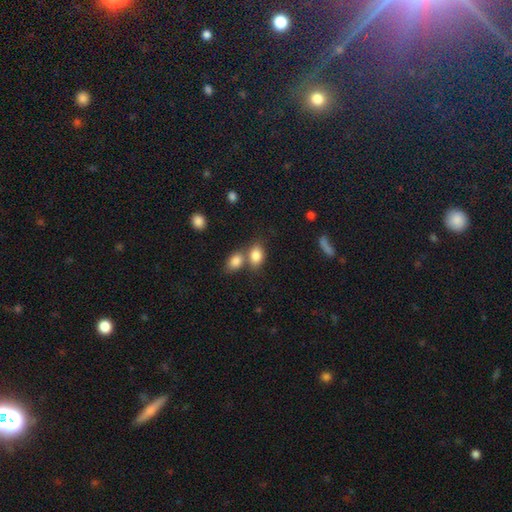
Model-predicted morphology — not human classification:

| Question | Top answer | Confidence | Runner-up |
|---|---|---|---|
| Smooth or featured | smooth | 83% | star or artifact (9%) |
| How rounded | in between | 80% | round (18%) |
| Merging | none | 44% | merger (42%) |